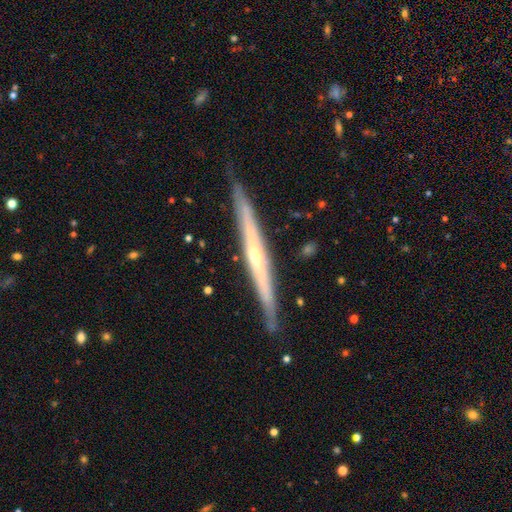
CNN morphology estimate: type=featured or disk (77%); edge-on=yes (96%); edge-on bulge=rounded (63%); merging=none (86%).